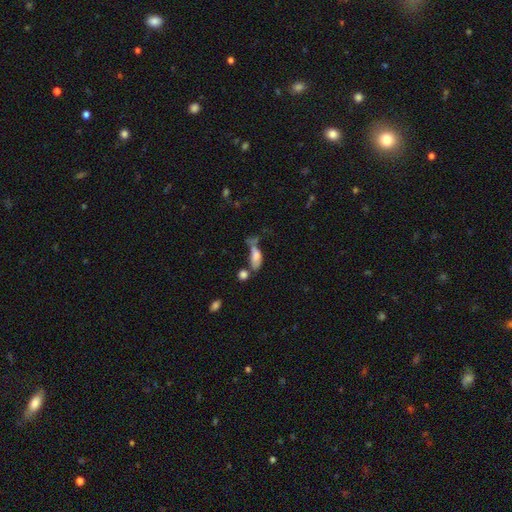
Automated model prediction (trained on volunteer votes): This is likely a smooth galaxy (70%). How rounded: clearly in between (81%). Merging: marginally merger (33%).